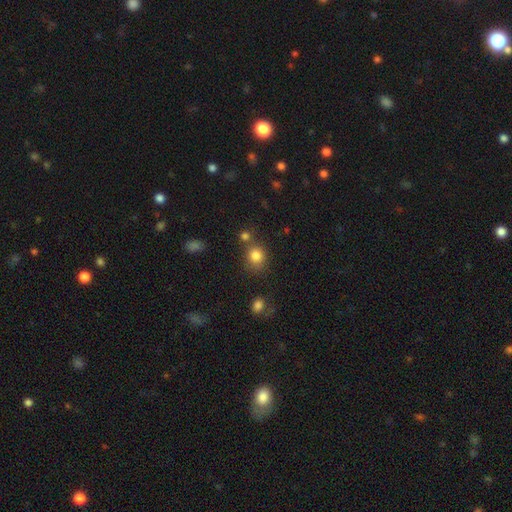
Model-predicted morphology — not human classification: smooth_or_featured: smooth (p=0.83) [alt: star or artifact p=0.12]
how_rounded: round (p=0.77) [alt: in between p=0.22]
merging: none (p=0.67) [alt: merger p=0.15]